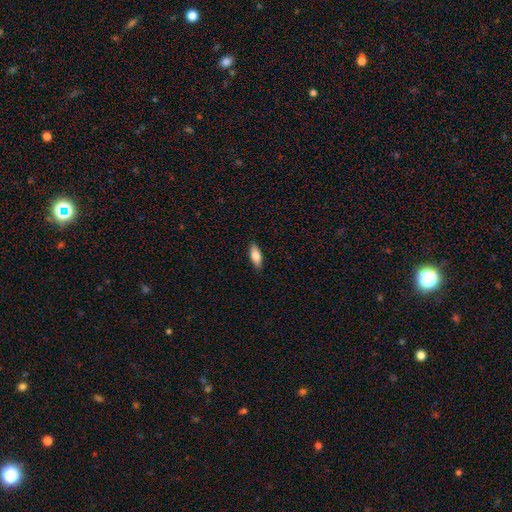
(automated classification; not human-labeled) smooth-or-featured: smooth: 82% | featured or disk: 12% | star or artifact: 6%
  how-rounded: in between: 77% | cigar-shaped: 21% | round: 2%
  merging: none: 87% | minor disturbance: 10% | major disturbance: 2% | merger: 1%